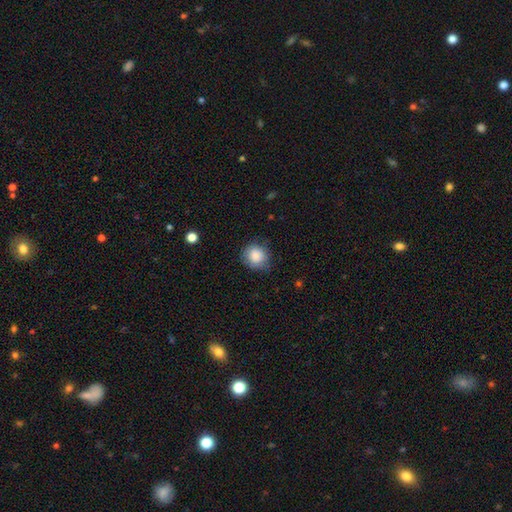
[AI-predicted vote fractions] Morphology: type=smooth (86%); roundness=round (83%); merging=none (73%).